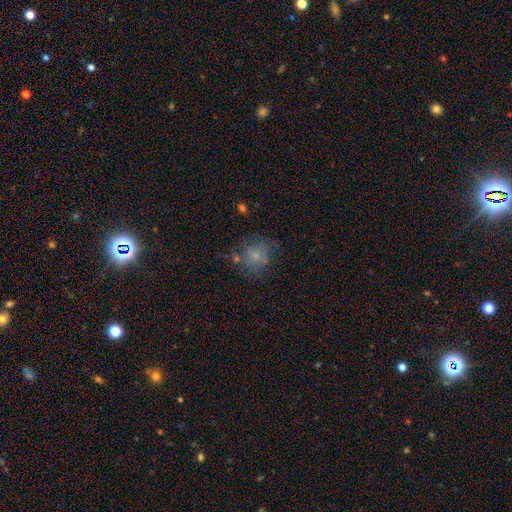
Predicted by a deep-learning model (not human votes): A smooth galaxy with no disk features (65%) that is round (78%). Merging: none (57%).